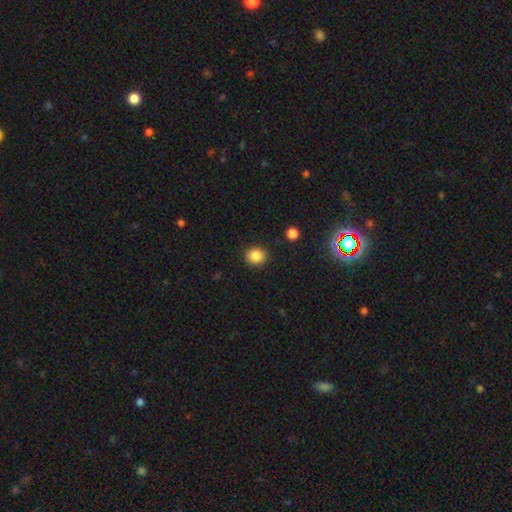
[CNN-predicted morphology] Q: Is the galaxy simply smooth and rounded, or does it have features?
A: smooth — 85%.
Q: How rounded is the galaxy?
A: round — 82%.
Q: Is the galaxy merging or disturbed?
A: none — 90%.